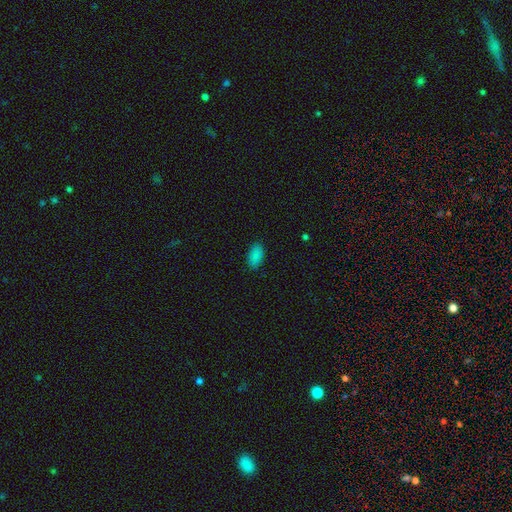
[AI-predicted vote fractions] smooth_or_featured: smooth (p=0.87) [alt: star or artifact p=0.10]
how_rounded: in between (p=0.94) [alt: cigar-shaped p=0.03]
merging: none (p=0.88) [alt: minor disturbance p=0.09]